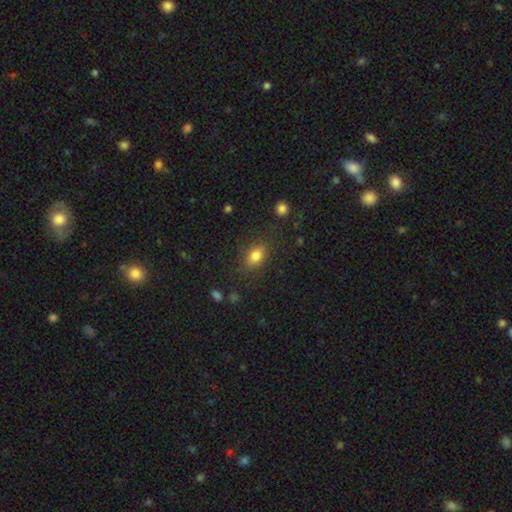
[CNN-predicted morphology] The model was most divided on "how rounded": in between: 72%, round: 27%, cigar-shaped: 2%. More confident: smooth or featured — smooth (81%); merging — none (80%).